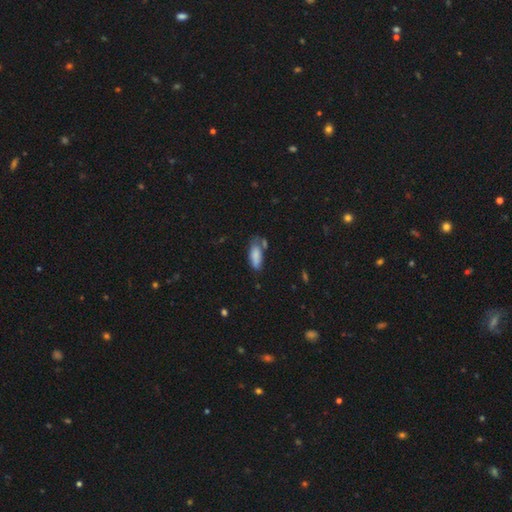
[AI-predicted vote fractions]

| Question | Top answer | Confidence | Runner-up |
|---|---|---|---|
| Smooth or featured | smooth | 83% | featured or disk (10%) |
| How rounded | in between | 76% | cigar-shaped (22%) |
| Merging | none | 50% | minor disturbance (27%) |